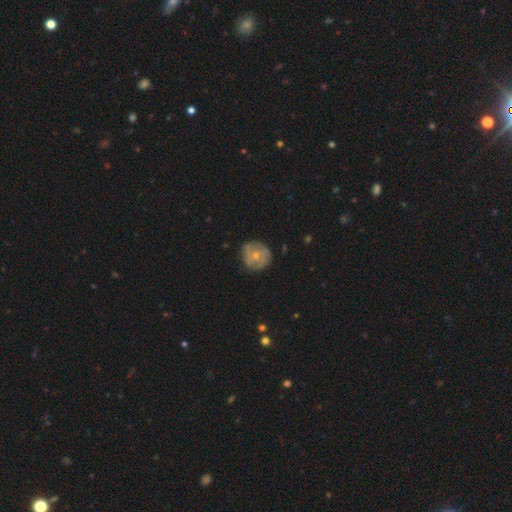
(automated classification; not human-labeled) A featured or disk galaxy (61%) with no bar (73%), spiral arms (74%) and a small central bulge (51%). Merging: none (71%).